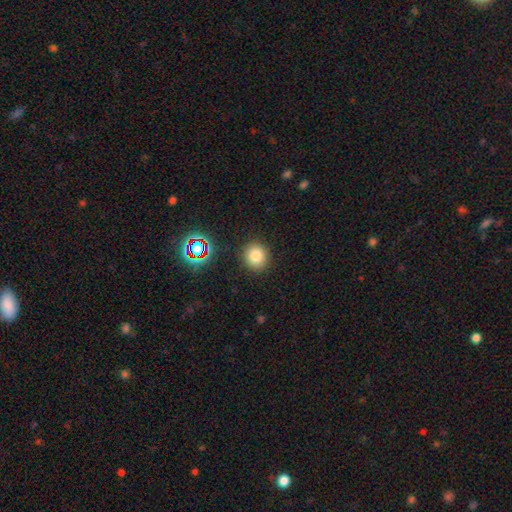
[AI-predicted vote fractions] Morphology: type=smooth (78%); roundness=round (85%); merging=none (89%).